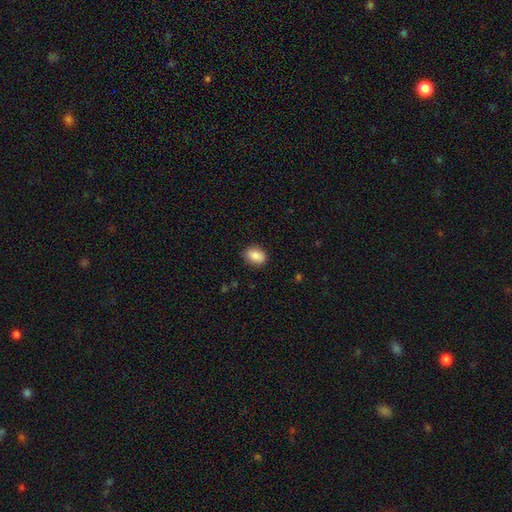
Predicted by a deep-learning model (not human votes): This appears to be a smooth galaxy with no disk features (87%) that is in between round and cigar-shaped (78%). Merging: none (86%).